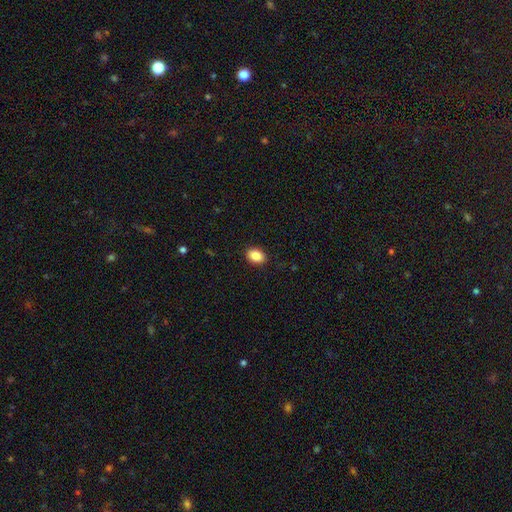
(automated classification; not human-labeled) This is clearly a smooth galaxy (87%). How rounded: likely in between (78%). Merging: clearly none (89%).